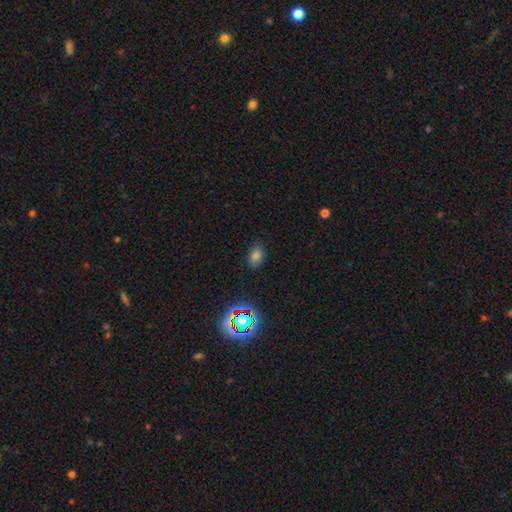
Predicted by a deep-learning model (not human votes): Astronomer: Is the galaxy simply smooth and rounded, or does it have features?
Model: smooth — 72%.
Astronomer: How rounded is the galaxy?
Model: in between — 79%.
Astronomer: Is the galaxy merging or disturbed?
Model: none — 81%.